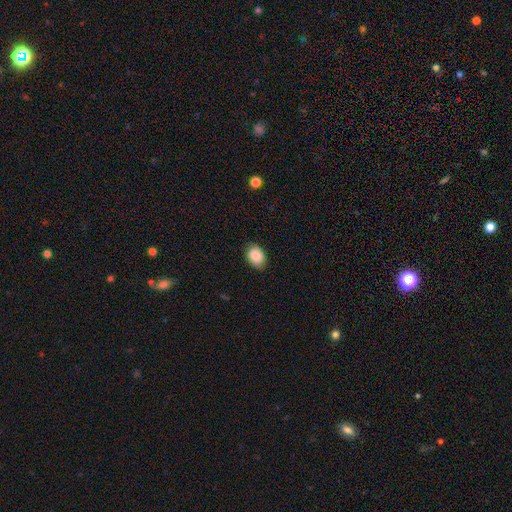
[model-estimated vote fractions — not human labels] Smooth or featured: smooth — 84% (featured or disk — 8%)
How rounded: in between — 77% (round — 22%)
Merging: none — 81% (minor disturbance — 16%)